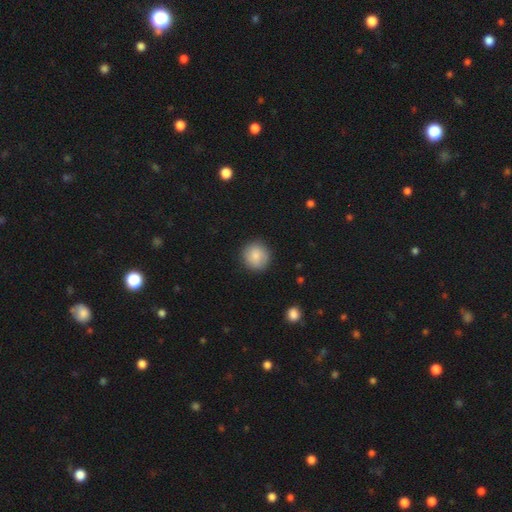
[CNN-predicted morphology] smooth-or-featured: smooth: 85% | featured or disk: 8% | star or artifact: 7%
  how-rounded: round: 92% | in between: 7% | cigar-shaped: 1%
  merging: none: 89% | minor disturbance: 8% | major disturbance: 2% | merger: 1%